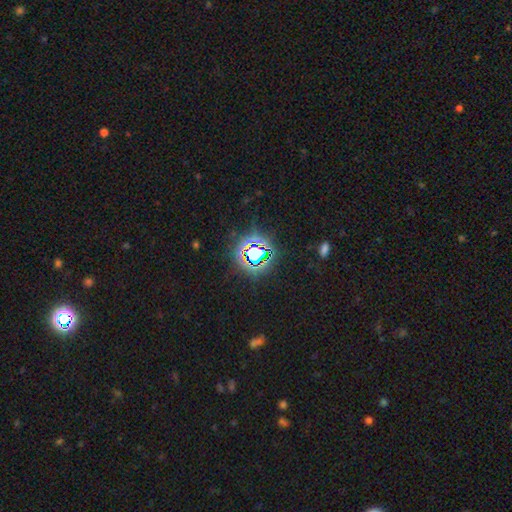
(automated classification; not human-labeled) star or artifact 75%, smooth 17%, featured or disk 9%.